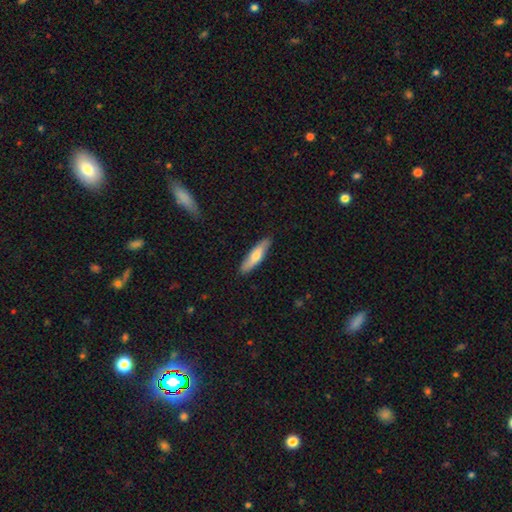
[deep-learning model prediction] A smooth galaxy with no disk features (68%) that is cigar-shaped (72%).

Vote fractions:
- Smooth or featured? smooth: 68% / featured or disk: 27% / star or artifact: 5%
- How rounded? cigar-shaped: 72% / in between: 26% / round: 2%
- Merging? none: 87% / minor disturbance: 10% / major disturbance: 2% / merger: 1%